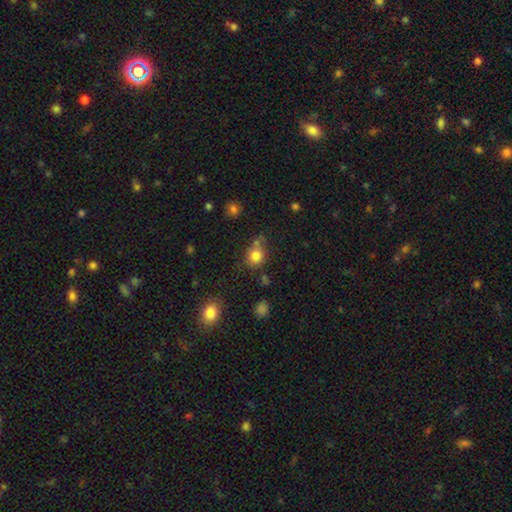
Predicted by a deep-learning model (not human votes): Smooth or featured?
  - smooth: 80% *
  - star or artifact: 12%
  - featured or disk: 8%
How rounded?
  - round: 71% *
  - in between: 28%
  - cigar-shaped: 1%
Merging?
  - none: 58% *
  - minor disturbance: 20%
  - merger: 16%
  - major disturbance: 7%